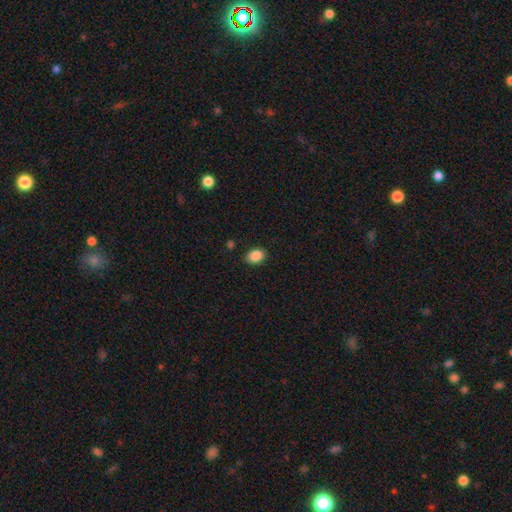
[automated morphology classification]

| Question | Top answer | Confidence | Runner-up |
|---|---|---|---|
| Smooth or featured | smooth | 88% | star or artifact (8%) |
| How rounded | in between | 75% | round (24%) |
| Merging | none | 87% | minor disturbance (9%) |